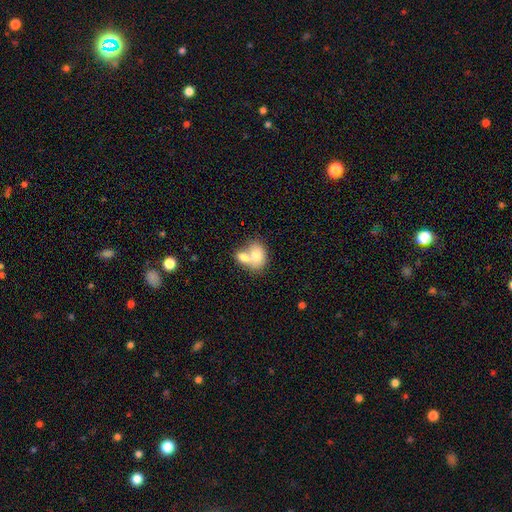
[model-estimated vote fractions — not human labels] smooth_or_featured: smooth (p=0.76) [alt: featured or disk p=0.17]
how_rounded: in between (p=0.65) [alt: round p=0.34]
merging: merger (p=0.66) [alt: none p=0.24]